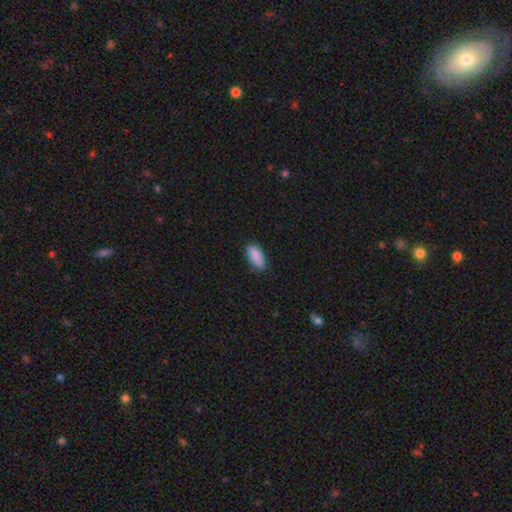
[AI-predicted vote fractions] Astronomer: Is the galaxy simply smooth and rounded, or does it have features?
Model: smooth — 88%.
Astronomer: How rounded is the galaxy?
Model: in between — 90%.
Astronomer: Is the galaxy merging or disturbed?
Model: none — 74%.